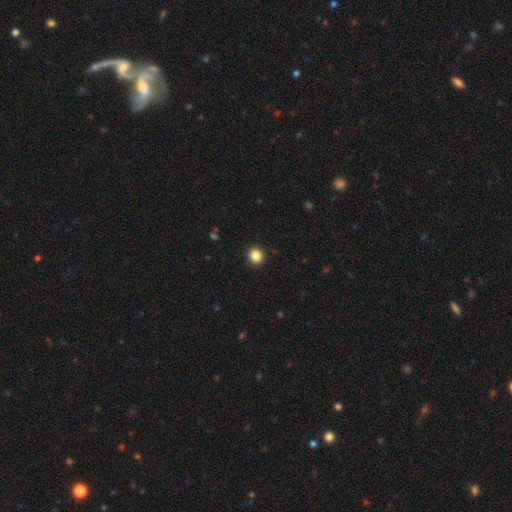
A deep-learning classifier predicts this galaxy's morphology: Overall: smooth (86%). How rounded: round (83%). Merging: none (92%).